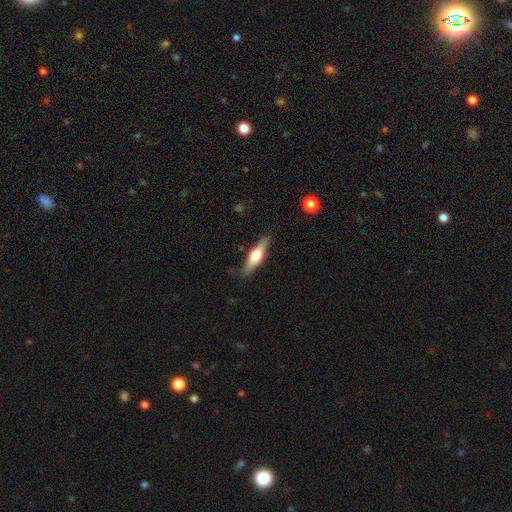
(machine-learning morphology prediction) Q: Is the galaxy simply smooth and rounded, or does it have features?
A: featured or disk — 58%.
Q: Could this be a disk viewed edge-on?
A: yes — 95%.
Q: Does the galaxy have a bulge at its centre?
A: rounded — 93%.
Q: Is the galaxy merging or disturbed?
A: none — 86%.